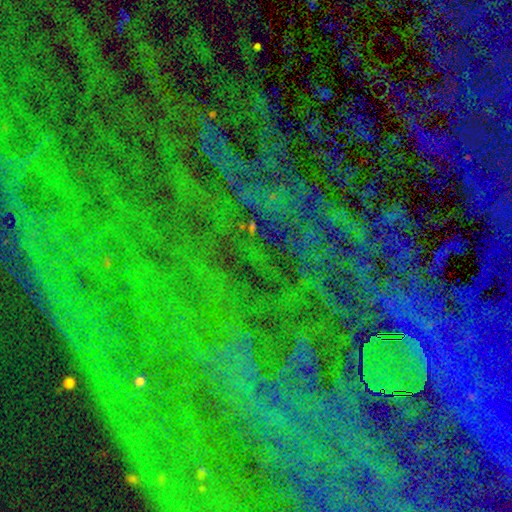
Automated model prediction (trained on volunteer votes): The model was most divided on "smooth or featured": star or artifact: 85%, smooth: 8%, featured or disk: 7%.